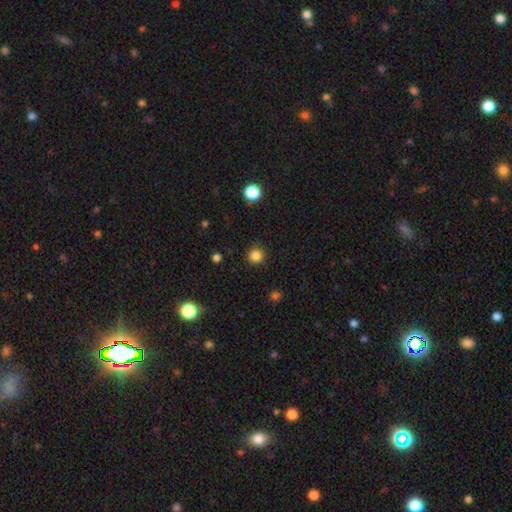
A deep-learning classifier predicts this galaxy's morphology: Q: Smooth or featured?
A: smooth (85%); runner-up: star or artifact (12%)
Q: How rounded?
A: round (95%); runner-up: in between (4%)
Q: Merging?
A: none (91%); runner-up: minor disturbance (6%)